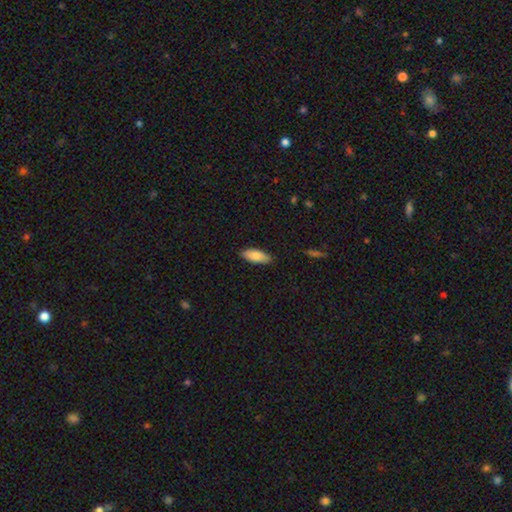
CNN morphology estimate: smooth 83%, featured or disk 11%, star or artifact 6%. Down the decision tree: how rounded — in between (81%); merging — none (87%).